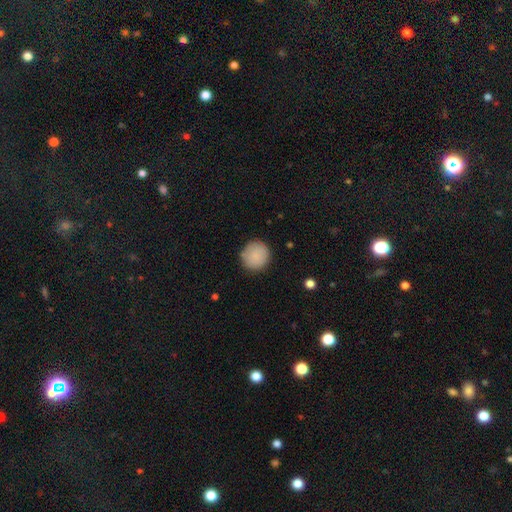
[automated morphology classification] This appears to be a smooth galaxy with no disk features (87%) that is round (94%). Merging: none (87%).